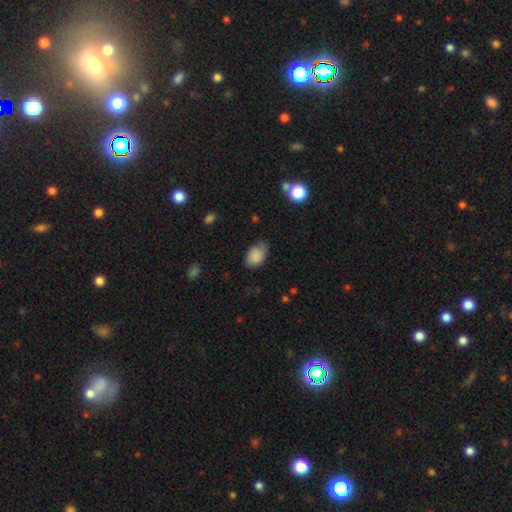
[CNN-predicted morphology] Smooth or featured: smooth — 85% (featured or disk — 8%)
How rounded: in between — 83% (round — 16%)
Merging: none — 62% (minor disturbance — 30%)